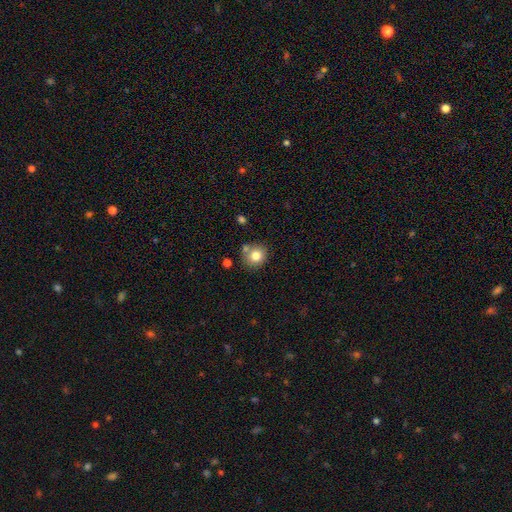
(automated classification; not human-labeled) This appears to be a smooth galaxy with no disk features (80%) that is round (85%). Merging: none (69%).